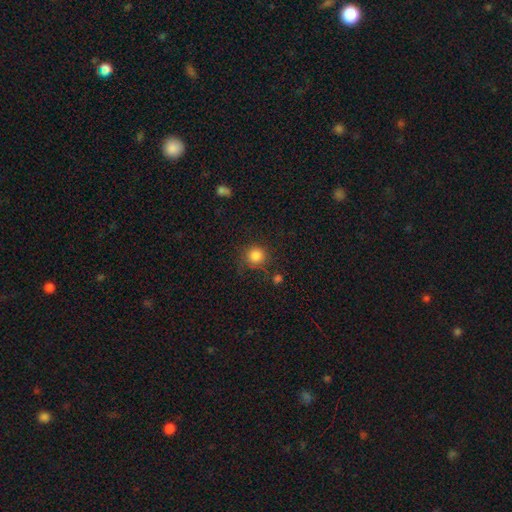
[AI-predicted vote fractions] This appears to be a smooth galaxy with no disk features (84%) that is round (92%). Merging: none (75%).